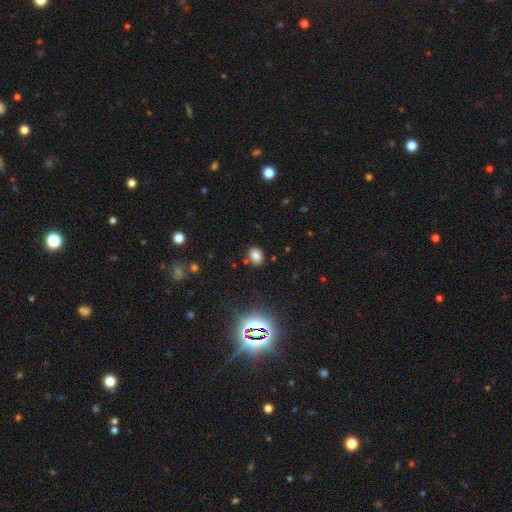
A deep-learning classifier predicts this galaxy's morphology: This is likely a smooth galaxy (75%). How rounded: possibly in between (53%). Merging: clearly none (82%).